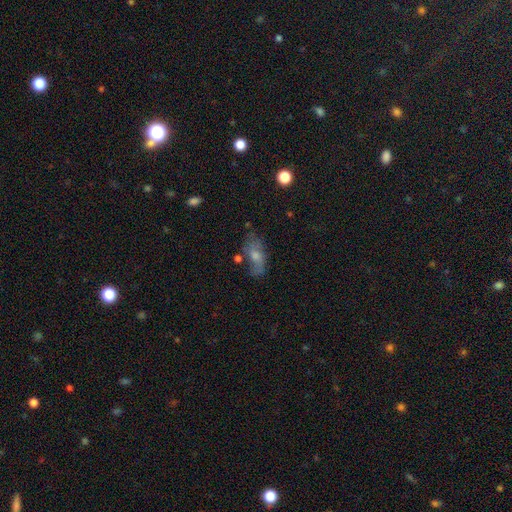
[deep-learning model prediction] smooth 54%, featured or disk 36%, star or artifact 10%. Down the decision tree: how rounded — in between (84%); merging — none (48%).